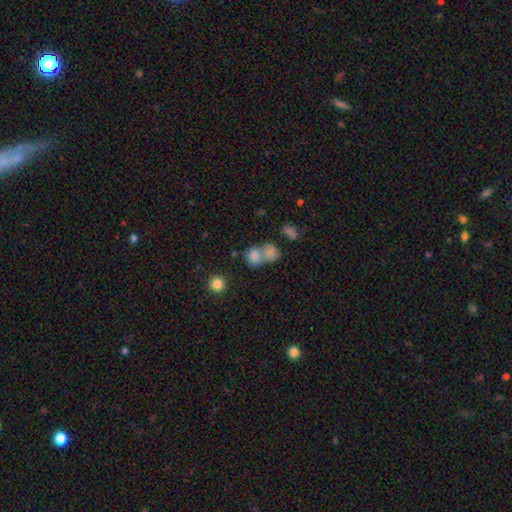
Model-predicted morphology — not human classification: smooth 78%, star or artifact 12%, featured or disk 10%. Down the decision tree: how rounded — round (62%); merging — merger (58%).